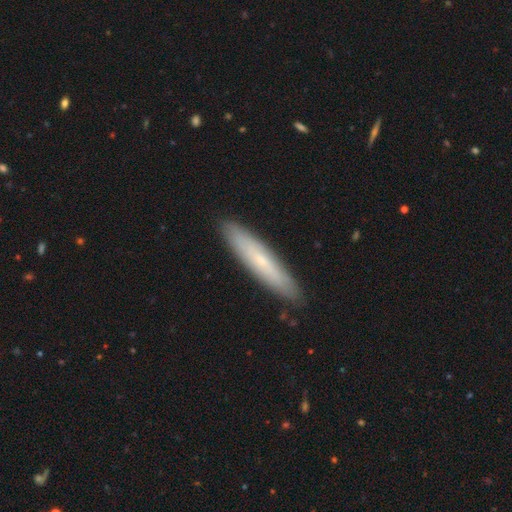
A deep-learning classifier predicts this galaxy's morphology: A smooth galaxy with no disk features (54%) that is cigar-shaped (88%). Merging: none (90%).